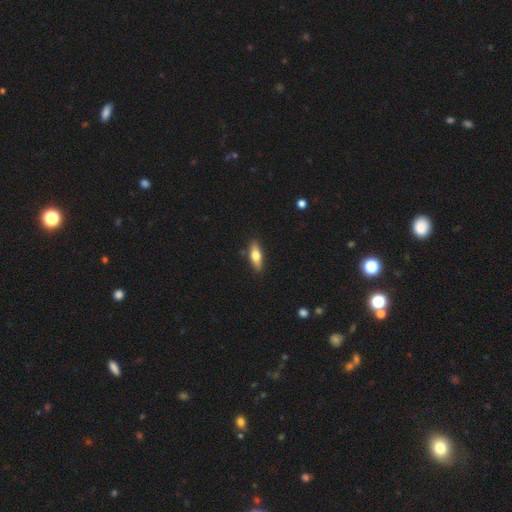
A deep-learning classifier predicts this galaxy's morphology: type=smooth (65%); roundness=in between (59%); merging=none (87%).